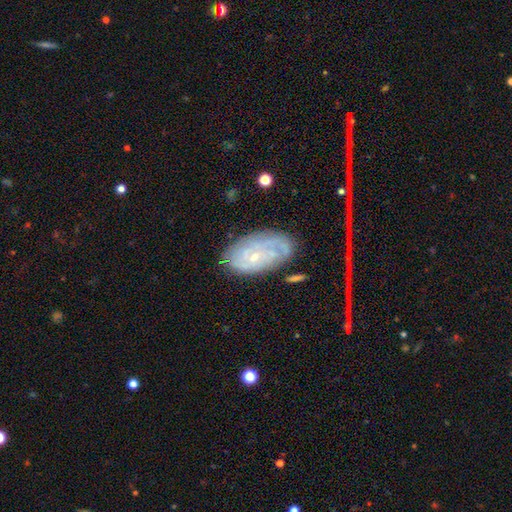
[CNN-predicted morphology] Smooth or featured: featured or disk — 70% (smooth — 21%)
Edge-on disk: no — 93% (yes — 7%)
Bar: no — 77% (weak — 19%)
Spiral arms: yes — 82% (no — 18%)
Spiral winding: tight — 67% (medium — 25%)
Spiral arm count: can't tell — 51% (2 — 18%)
Bulge size: small — 76% (moderate — 20%)
Merging: none — 67% (minor disturbance — 22%)